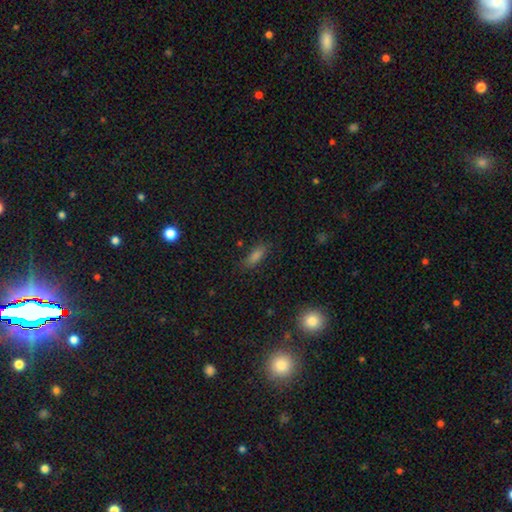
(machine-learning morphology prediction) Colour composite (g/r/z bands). It shows a smooth galaxy with no disk features (73%) that is in between round and cigar-shaped (64%). Merging: none (83%).